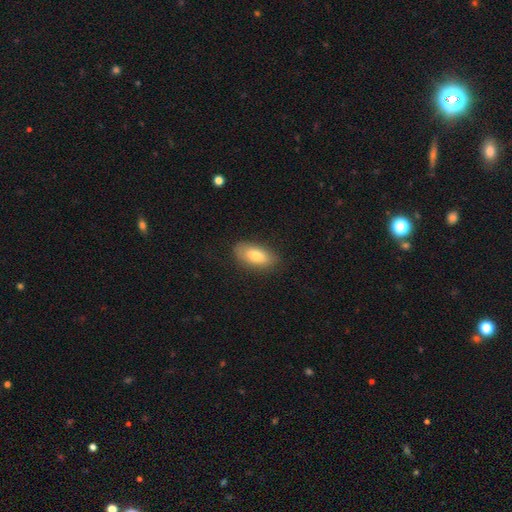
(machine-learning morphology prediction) This appears to be a smooth galaxy with no disk features (77%) that is in between round and cigar-shaped (88%). Merging: none (83%).